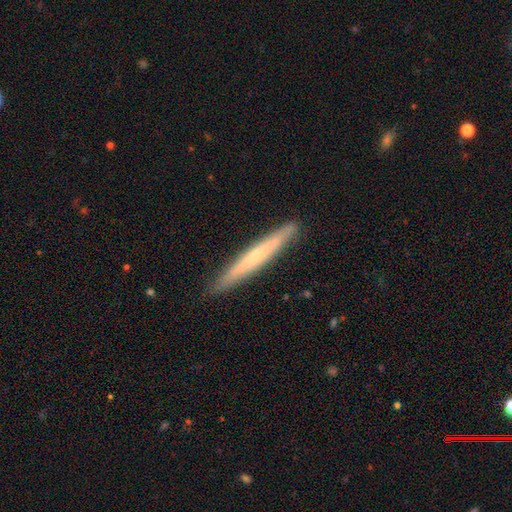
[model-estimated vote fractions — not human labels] Smooth or featured?
  - featured or disk: 50% *
  - smooth: 45%
  - star or artifact: 6%
Merging?
  - none: 90% *
  - minor disturbance: 8%
  - major disturbance: 1%
  - merger: 1%